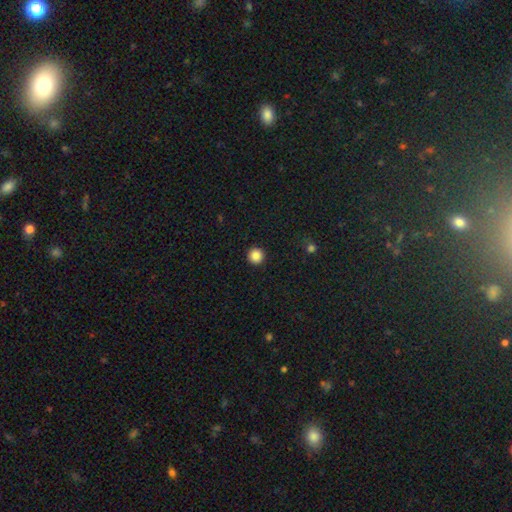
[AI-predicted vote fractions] The model was most divided on "smooth or featured": smooth: 86%, star or artifact: 10%, featured or disk: 3%. More confident: how rounded — round (97%); merging — none (94%).